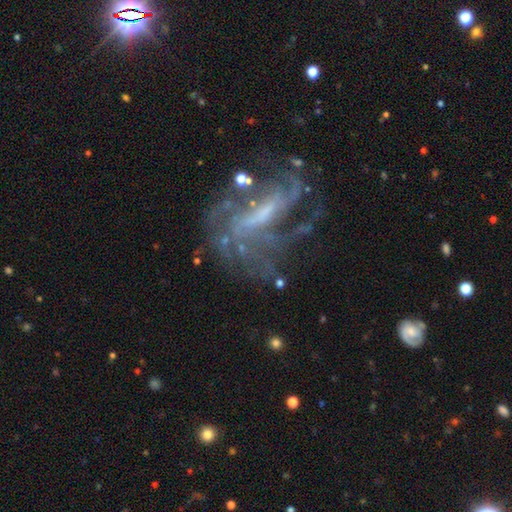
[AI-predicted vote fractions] Smooth or featured? Predicted: featured or disk (p=0.75). Edge-on disk? Predicted: no (p=0.86). Bar? Predicted: strong (p=0.41). Spiral arms? Predicted: yes (p=0.75). Bulge size? Predicted: small (p=0.42). Merging? Predicted: none (p=0.55).